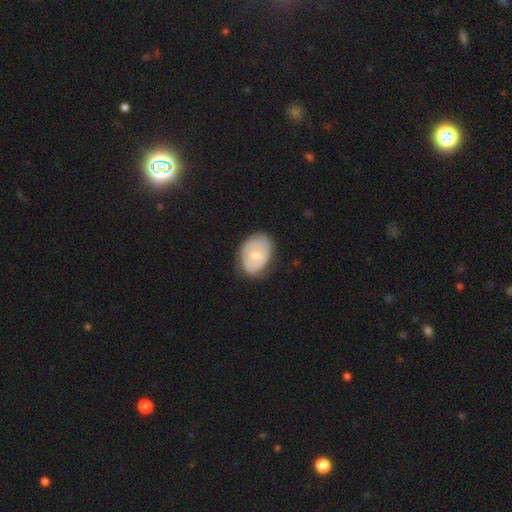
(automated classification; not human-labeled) Smooth or featured: smooth — 49% (featured or disk — 45%)
Merging: none — 69% (minor disturbance — 24%)